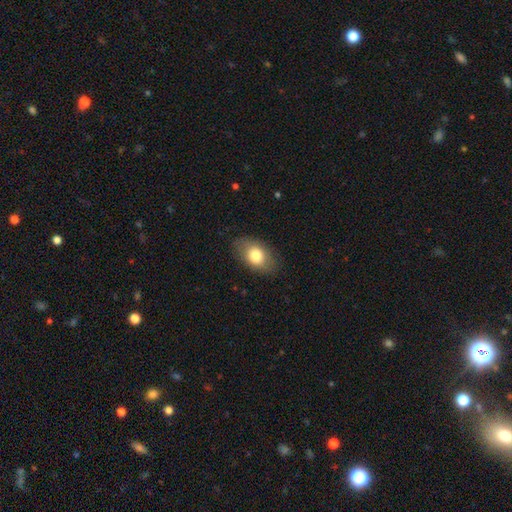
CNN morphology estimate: This appears to be a smooth galaxy with no disk features (77%) that is in between round and cigar-shaped (88%). Merging: none (83%).